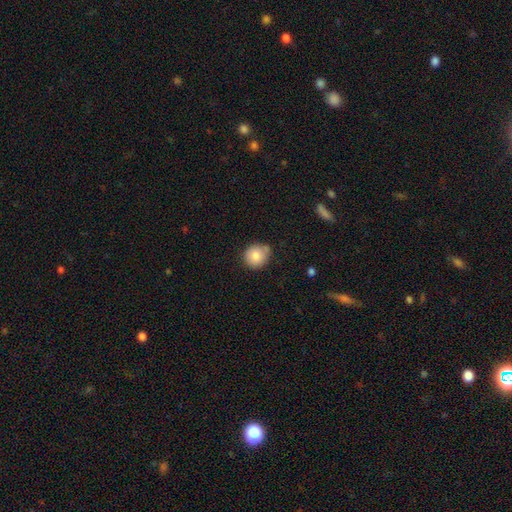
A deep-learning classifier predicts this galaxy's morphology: Smooth or featured? Predicted: smooth (p=0.82). How rounded? Predicted: round (p=0.84). Merging? Predicted: none (p=0.68).